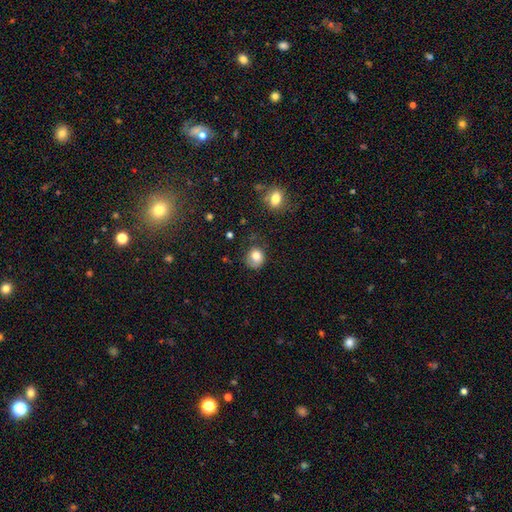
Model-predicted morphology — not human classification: This is likely a smooth galaxy (78%). How rounded: likely round (74%). Merging: possibly none (56%).